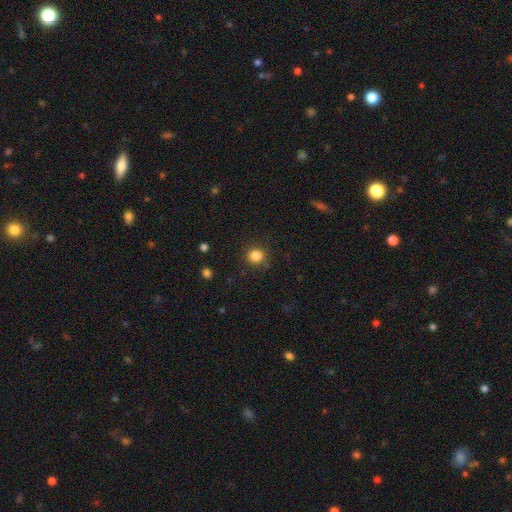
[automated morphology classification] The model was most divided on "how rounded": round: 85%, in between: 14%, cigar-shaped: 1%. More confident: merging — none (86%); smooth or featured — smooth (84%).